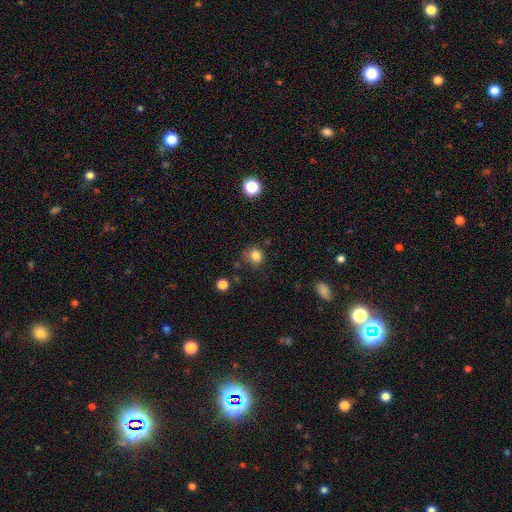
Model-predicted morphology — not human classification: A smooth galaxy with no disk features (81%) that is round (86%).

Vote fractions:
- Smooth or featured? smooth: 81% / star or artifact: 13% / featured or disk: 6%
- How rounded? round: 86% / in between: 13% / cigar-shaped: 1%
- Merging? none: 74% / minor disturbance: 17% / major disturbance: 5% / merger: 4%